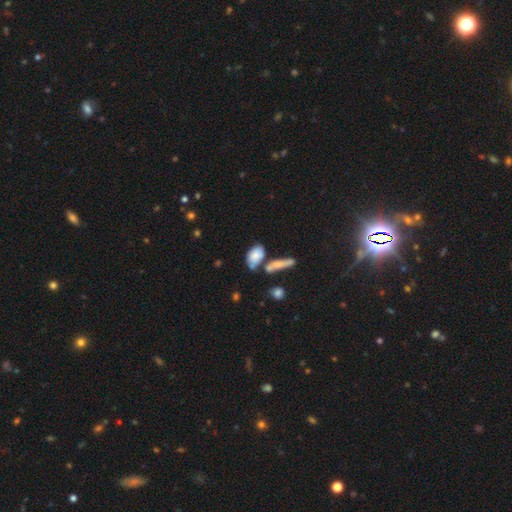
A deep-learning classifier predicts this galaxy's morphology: A smooth galaxy with no disk features (73%) that is in between round and cigar-shaped (86%).

Vote fractions:
- Smooth or featured? smooth: 73% / featured or disk: 19% / star or artifact: 8%
- How rounded? in between: 86% / round: 8% / cigar-shaped: 6%
- Merging? none: 40% / merger: 32% / minor disturbance: 19% / major disturbance: 9%